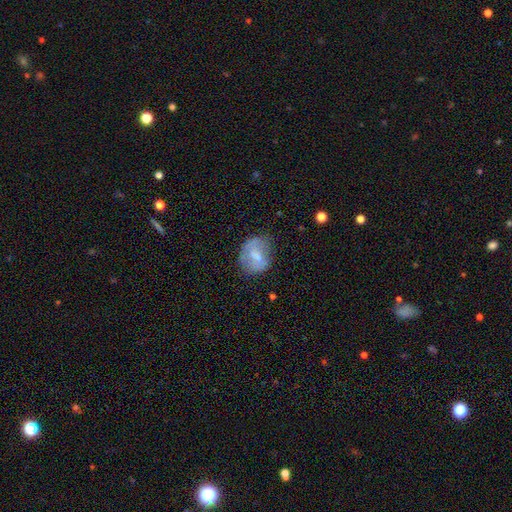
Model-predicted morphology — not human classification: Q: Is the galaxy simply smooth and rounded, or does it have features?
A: smooth — 54%.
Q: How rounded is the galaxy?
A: round — 51%.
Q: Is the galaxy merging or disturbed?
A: none — 54%.